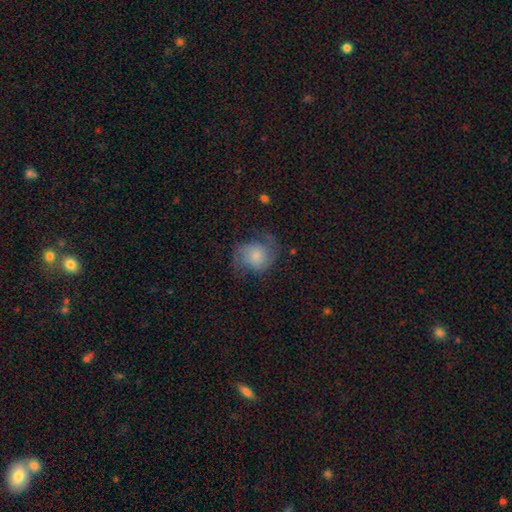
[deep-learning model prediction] Q: Smooth or featured?
A: featured or disk (53%); runner-up: smooth (39%)
Q: Edge-on disk?
A: no (98%); runner-up: yes (2%)
Q: Bar?
A: no (74%); runner-up: weak (23%)
Q: Spiral arms?
A: yes (88%); runner-up: no (12%)
Q: Bulge size?
A: small (36%); runner-up: moderate (33%)
Q: Merging?
A: none (55%); runner-up: minor disturbance (24%)